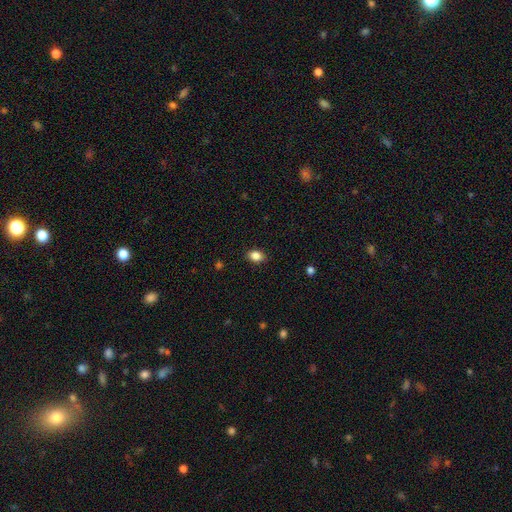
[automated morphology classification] Smooth or featured? smooth (86%)
How rounded? in between (70%)
Merging? none (88%)